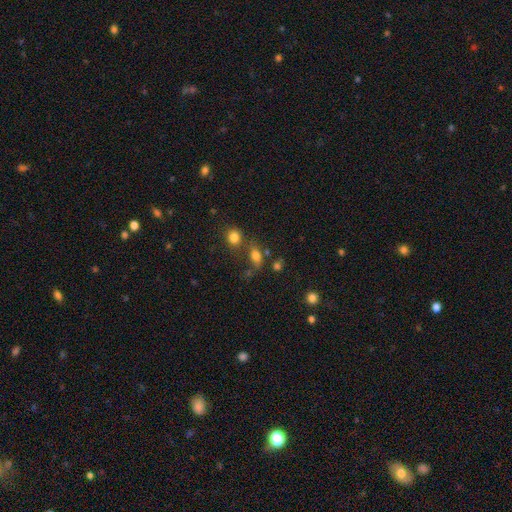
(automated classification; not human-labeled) This appears to be a smooth galaxy with no disk features (76%) that is in between round and cigar-shaped (74%). Merging: none (48%).